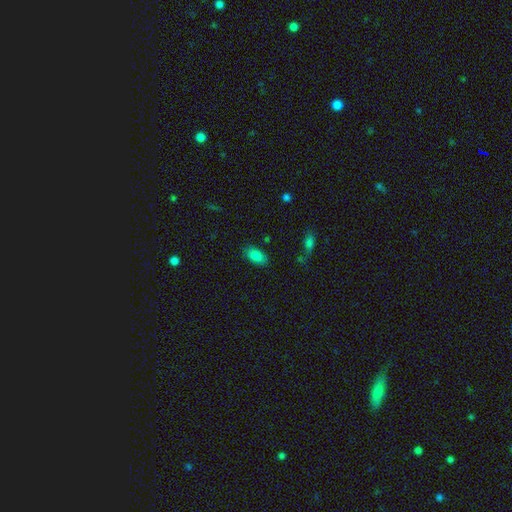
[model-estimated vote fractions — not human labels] A smooth galaxy with no disk features (86%) that is in between round and cigar-shaped (93%).

Vote fractions:
- Smooth or featured? smooth: 86% / star or artifact: 9% / featured or disk: 5%
- How rounded? in between: 93% / round: 5% / cigar-shaped: 3%
- Merging? none: 82% / minor disturbance: 12% / major disturbance: 3% / merger: 2%